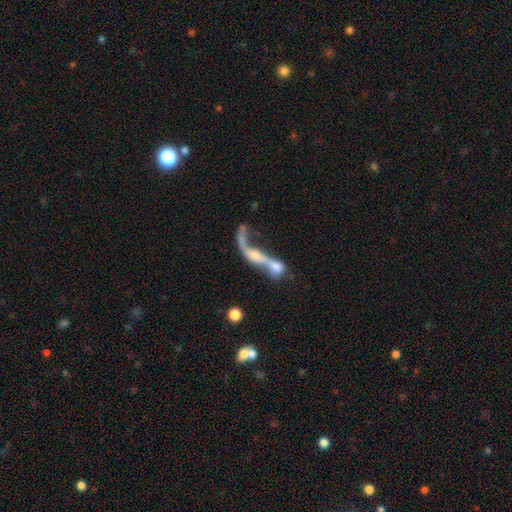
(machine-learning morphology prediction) Q: Smooth or featured?
A: featured or disk (66%); runner-up: smooth (23%)
Q: Edge-on disk?
A: no (79%); runner-up: yes (21%)
Q: Bar?
A: no (64%); runner-up: weak (25%)
Q: Spiral arms?
A: yes (60%); runner-up: no (40%)
Q: Bulge size?
A: moderate (30%); tied with: small (30%)
Q: Merging?
A: merger (63%); runner-up: major disturbance (17%)